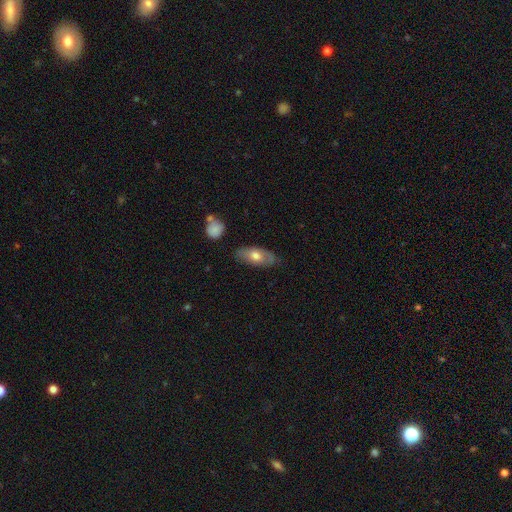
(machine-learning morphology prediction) Smooth or featured? Predicted: smooth (p=0.60). How rounded? Predicted: in between (p=0.86). Merging? Predicted: none (p=0.76).